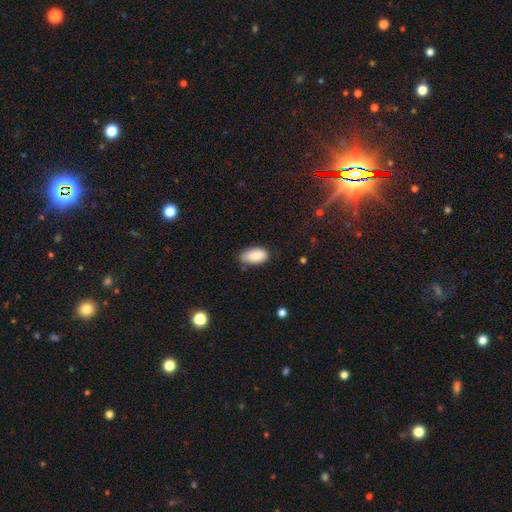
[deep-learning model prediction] Morphology: type=smooth (86%); roundness=in between (94%); merging=none (62%).